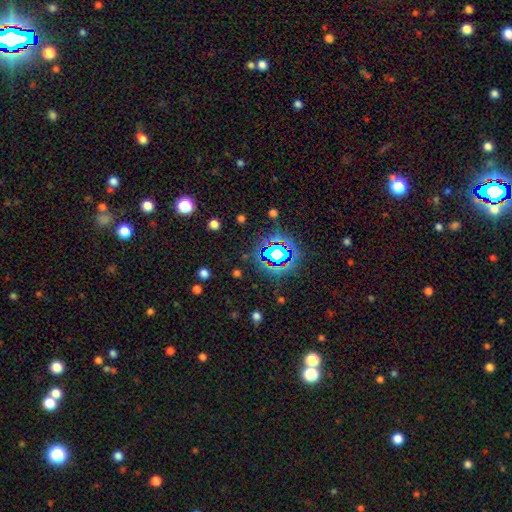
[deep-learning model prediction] This is likely a star or artifact rather than a galaxy (75%).